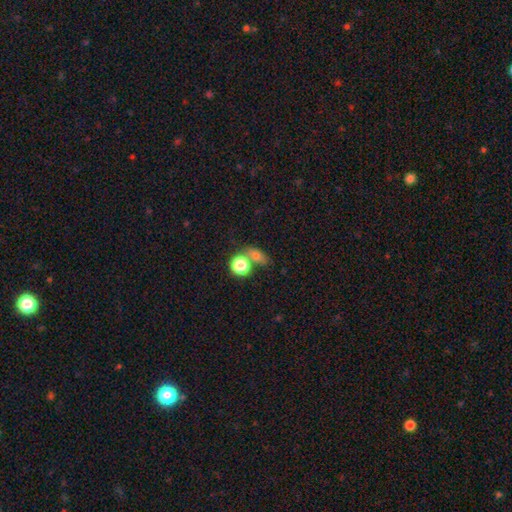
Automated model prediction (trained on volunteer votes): A smooth galaxy with no disk features (73%) that is in between round and cigar-shaped (55%).

Vote fractions:
- Smooth or featured? smooth: 73% / star or artifact: 15% / featured or disk: 12%
- How rounded? in between: 55% / round: 39% / cigar-shaped: 6%
- Merging? none: 51% / merger: 31% / minor disturbance: 12% / major disturbance: 7%